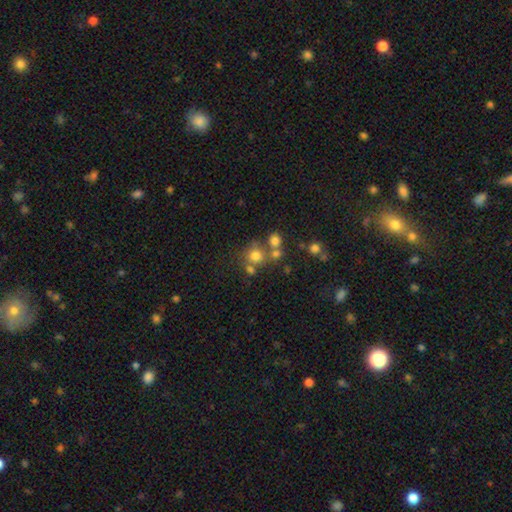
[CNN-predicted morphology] This appears to be a smooth galaxy with no disk features (71%) that is round (86%). Merging: none (59%).